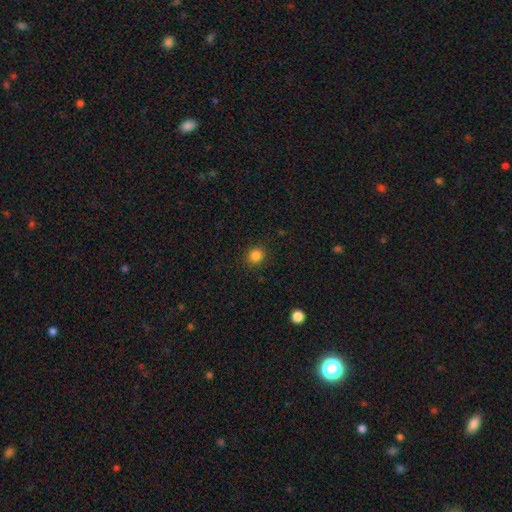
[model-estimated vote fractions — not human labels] Smooth or featured?
  - smooth: 84% *
  - star or artifact: 12%
  - featured or disk: 4%
How rounded?
  - round: 89% *
  - in between: 10%
  - cigar-shaped: 1%
Merging?
  - none: 91% *
  - minor disturbance: 6%
  - major disturbance: 2%
  - merger: 1%